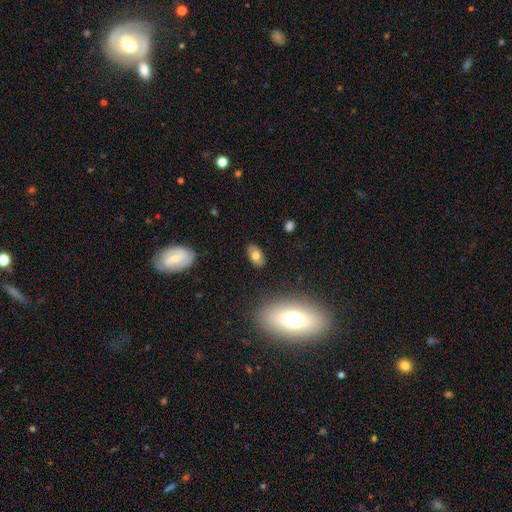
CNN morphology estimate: A smooth galaxy with no disk features (74%) that is in between round and cigar-shaped (91%). Merging: none (86%).